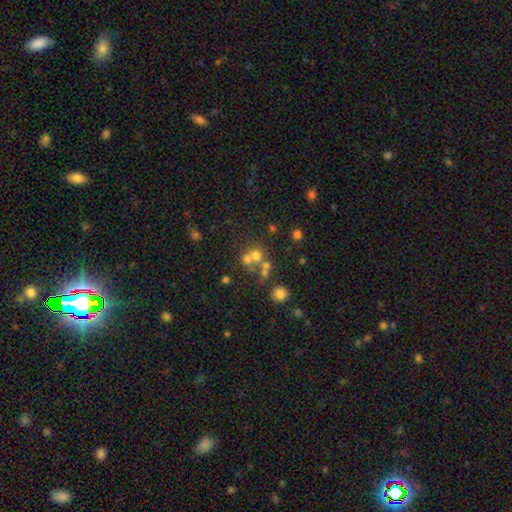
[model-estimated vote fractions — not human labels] Q: Smooth or featured?
A: smooth (59%); runner-up: featured or disk (21%)
Q: How rounded?
A: round (84%); runner-up: in between (15%)
Q: Merging?
A: merger (45%); runner-up: none (42%)